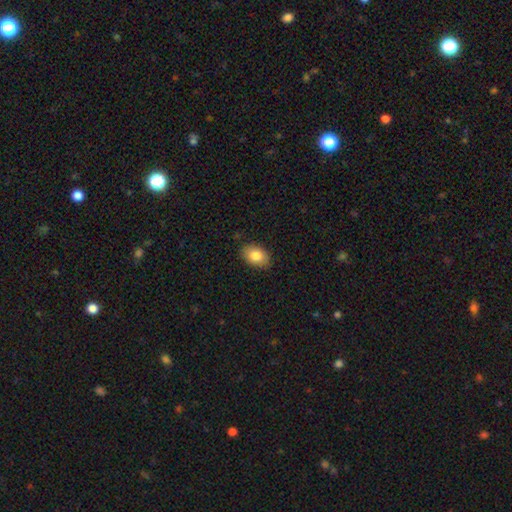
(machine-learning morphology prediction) Smooth or featured?
  - smooth: 83% *
  - featured or disk: 10%
  - star or artifact: 7%
How rounded?
  - in between: 87% *
  - round: 12%
  - cigar-shaped: 1%
Merging?
  - none: 85% *
  - minor disturbance: 12%
  - major disturbance: 2%
  - merger: 1%